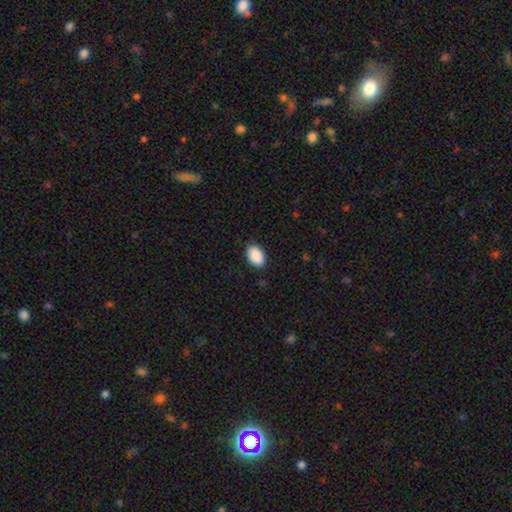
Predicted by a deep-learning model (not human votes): The model was most divided on "how rounded": in between: 89%, round: 10%, cigar-shaped: 1%. More confident: smooth or featured — smooth (91%); merging — none (89%).